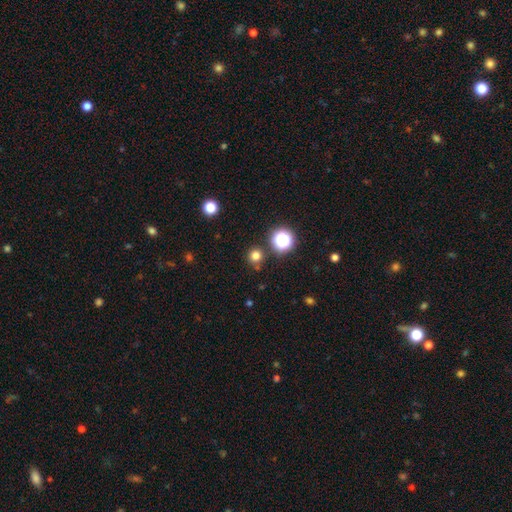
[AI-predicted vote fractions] Overall: smooth (76%). How rounded: round (93%). Merging: none (86%).